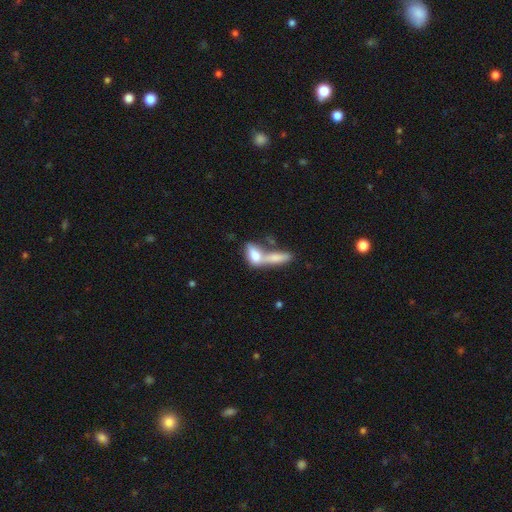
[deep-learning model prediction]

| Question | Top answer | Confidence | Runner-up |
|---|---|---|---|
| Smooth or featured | smooth | 72% | featured or disk (21%) |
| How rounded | in between | 73% | cigar-shaped (20%) |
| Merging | merger | 64% | none (21%) |